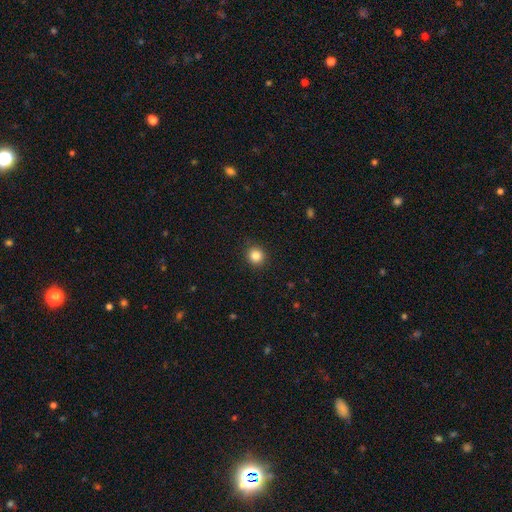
Volunteers were most divided on "smooth or featured": smooth: 85%, star or artifact: 10%, featured or disk: 5%. More confident: merging — none (91%); how rounded — round (88%).